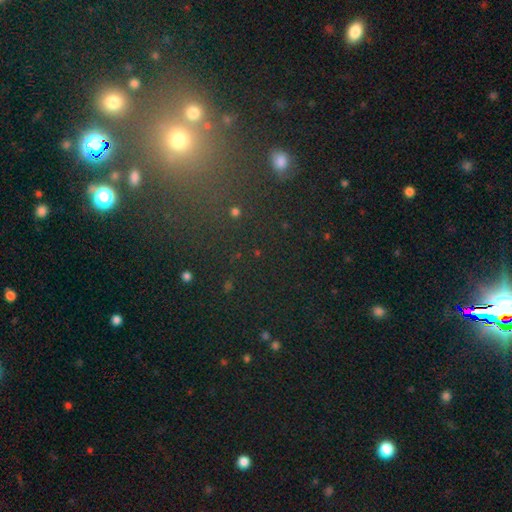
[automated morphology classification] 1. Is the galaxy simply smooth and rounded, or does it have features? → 62% star or artifact, 30% smooth, 9% featured or disk.